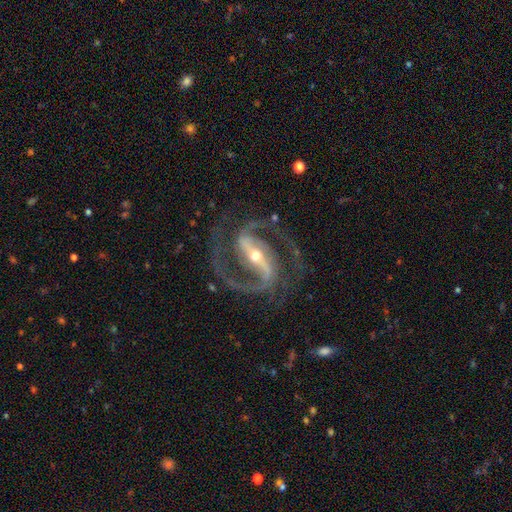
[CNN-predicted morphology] Smooth or featured? featured or disk (93%)
Edge-on disk? no (97%)
Bar? strong (73%)
Spiral arms? yes (99%)
Spiral winding? medium (65%)
Spiral arm count? 2 (93%)
Bulge size? small (52%)
Merging? none (80%)